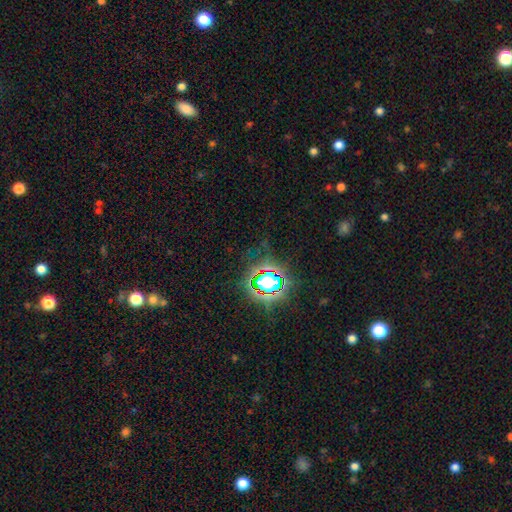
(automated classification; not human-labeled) smooth_or_featured: star or artifact (p=0.81) [alt: smooth p=0.11]